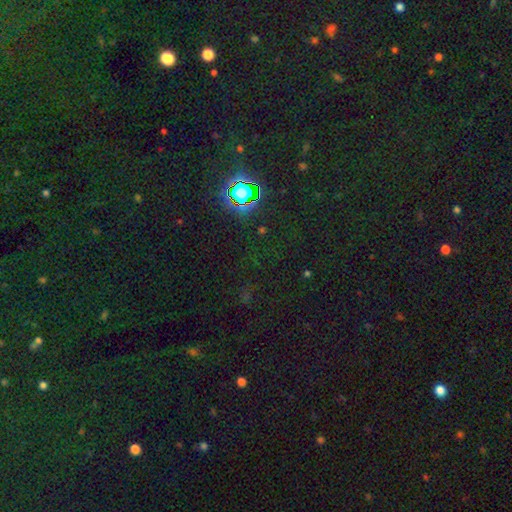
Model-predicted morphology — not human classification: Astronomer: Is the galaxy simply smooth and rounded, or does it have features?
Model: star or artifact — 81%.